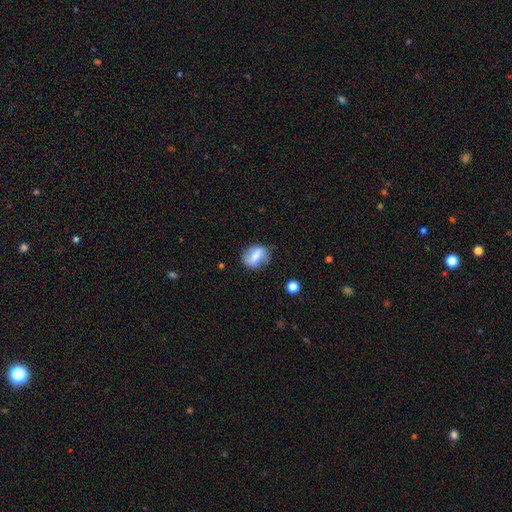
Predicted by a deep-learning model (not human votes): smooth-or-featured: smooth: 57% | featured or disk: 35% | star or artifact: 8%
  how-rounded: in between: 54% | round: 43% | cigar-shaped: 3%
  merging: none: 69% | minor disturbance: 22% | major disturbance: 7% | merger: 3%